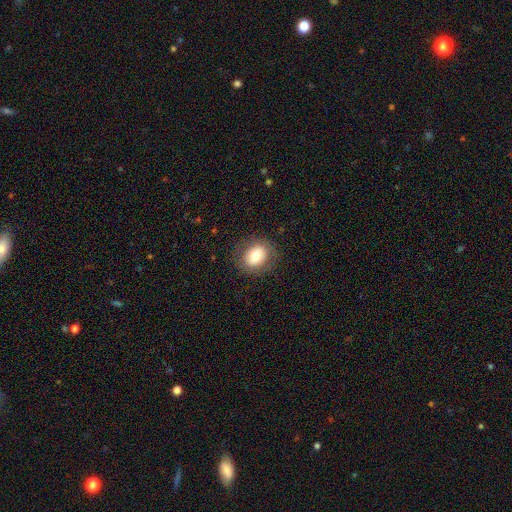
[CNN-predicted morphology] This is likely a smooth galaxy (74%). How rounded: possibly round (54%). Merging: clearly none (83%).